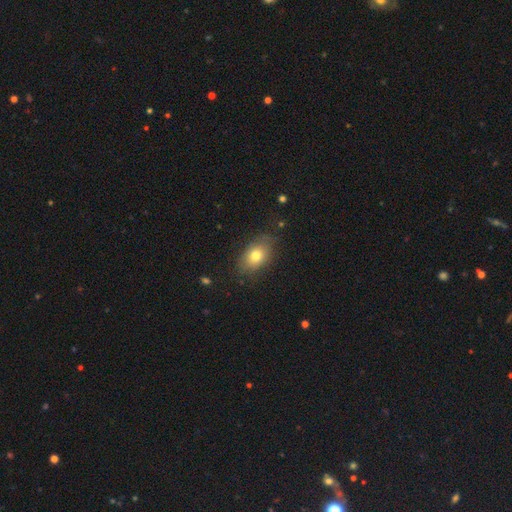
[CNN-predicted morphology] Overall: smooth (75%). How rounded: in between (82%). Merging: none (77%).